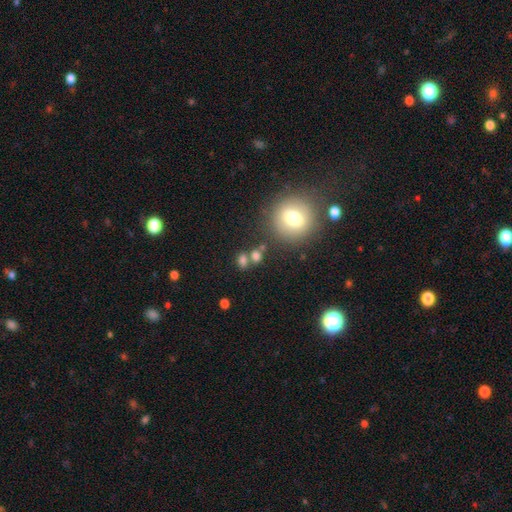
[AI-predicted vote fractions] smooth 72%, star or artifact 17%, featured or disk 12%. Down the decision tree: how rounded — in between (56%); merging — none (53%).